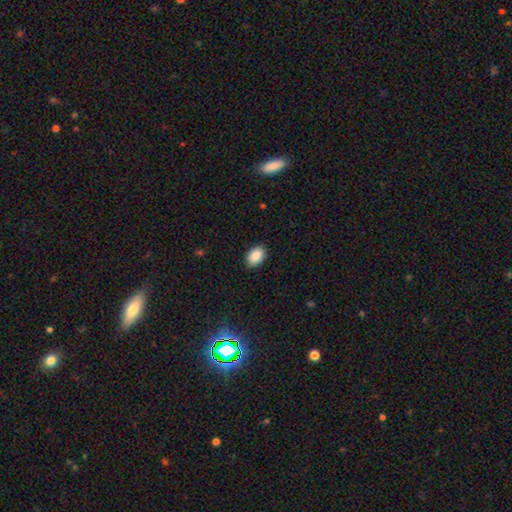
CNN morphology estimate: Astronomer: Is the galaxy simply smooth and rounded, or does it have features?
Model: smooth — 90%.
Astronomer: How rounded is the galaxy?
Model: in between — 89%.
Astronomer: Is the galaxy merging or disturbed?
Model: none — 88%.